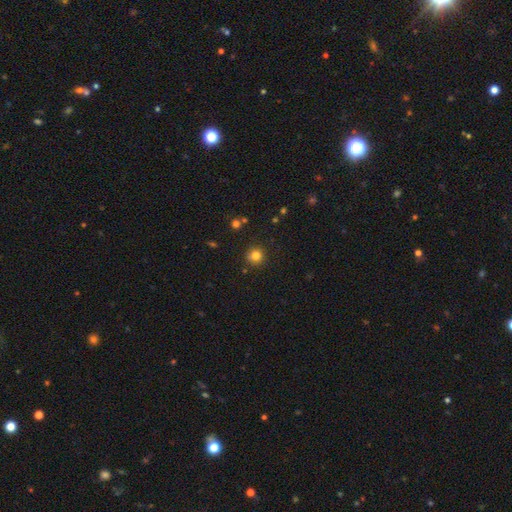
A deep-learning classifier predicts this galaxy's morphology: A smooth galaxy with no disk features (81%) that is round (93%). Merging: none (87%).